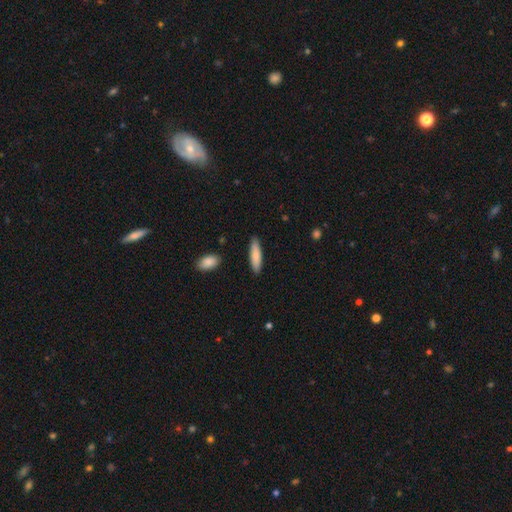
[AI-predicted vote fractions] Overall: smooth (84%). How rounded: cigar-shaped (68%; in between 31%). Merging: none (88%).